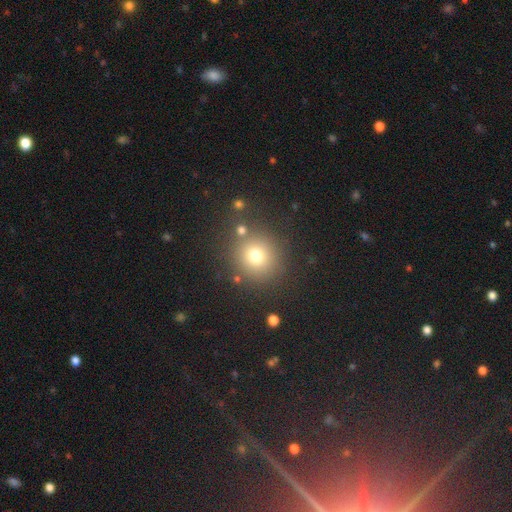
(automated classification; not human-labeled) The model was most divided on "smooth or featured": smooth: 73%, star or artifact: 17%, featured or disk: 10%. More confident: how rounded — round (91%); merging — none (82%).